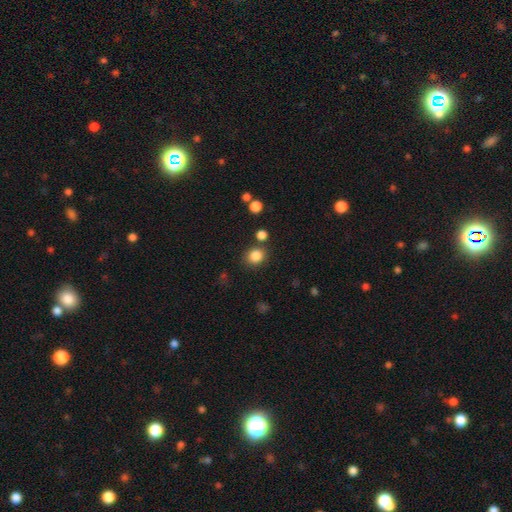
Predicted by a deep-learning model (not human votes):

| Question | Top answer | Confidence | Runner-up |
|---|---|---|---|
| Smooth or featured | smooth | 84% | star or artifact (11%) |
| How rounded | round | 77% | in between (22%) |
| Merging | none | 79% | minor disturbance (10%) |